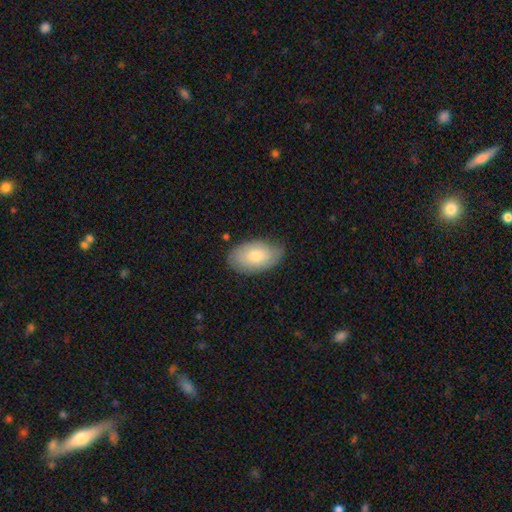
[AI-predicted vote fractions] Morphology: type=smooth (73%); roundness=in between (93%); merging=none (76%).